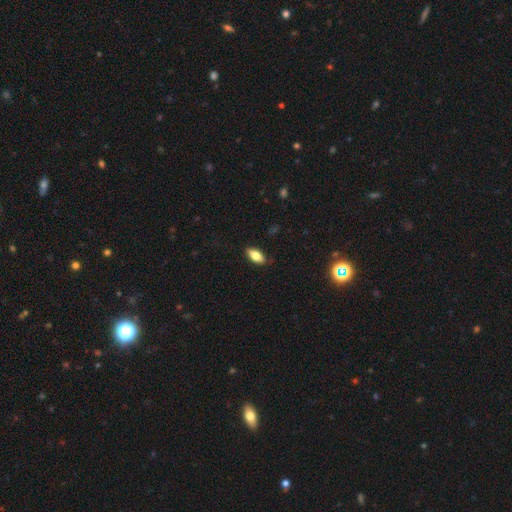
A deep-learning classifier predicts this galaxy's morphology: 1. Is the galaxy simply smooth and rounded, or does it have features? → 77% smooth, 17% featured or disk, 7% star or artifact.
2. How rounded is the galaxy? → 86% in between, 11% cigar-shaped, 3% round.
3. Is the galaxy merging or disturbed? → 86% none, 11% minor disturbance, 2% major disturbance, 1% merger.